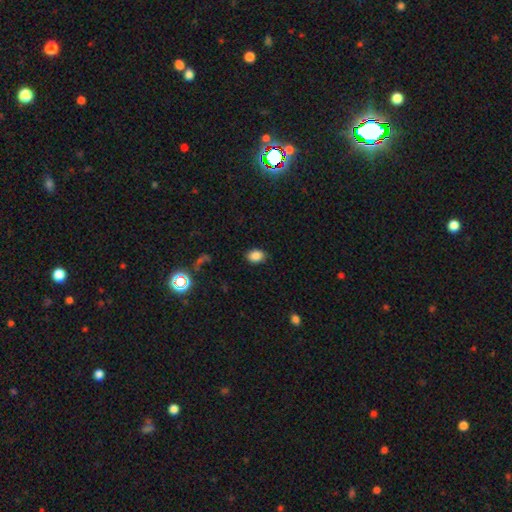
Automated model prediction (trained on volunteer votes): smooth_or_featured: smooth (p=0.85) [alt: star or artifact p=0.11]
how_rounded: in between (p=0.69) [alt: round p=0.30]
merging: none (p=0.86) [alt: minor disturbance p=0.10]